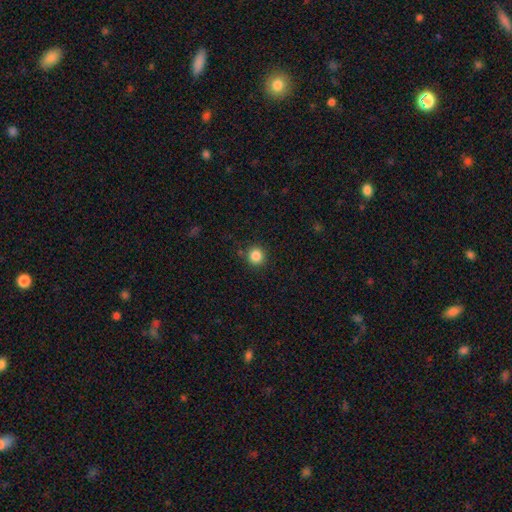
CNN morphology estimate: Smooth or featured: smooth — 85% (star or artifact — 11%)
How rounded: round — 93% (in between — 6%)
Merging: none — 89% (minor disturbance — 7%)